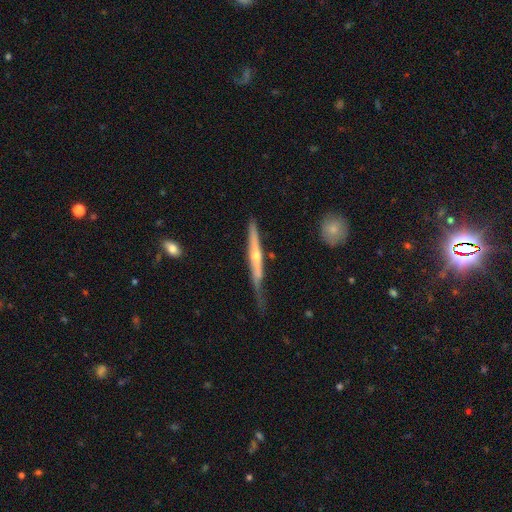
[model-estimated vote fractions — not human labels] A featured or disk galaxy (68%) viewed edge-on (93%) with a rounded central bulge (77%).

Vote fractions:
- Smooth or featured? featured or disk: 68% / smooth: 27% / star or artifact: 5%
- Edge-on disk? yes: 93% / no: 7%
- Edge-on bulge? rounded: 77% / none: 19% / boxy: 4%
- Merging? none: 51% / minor disturbance: 33% / major disturbance: 12% / merger: 3%